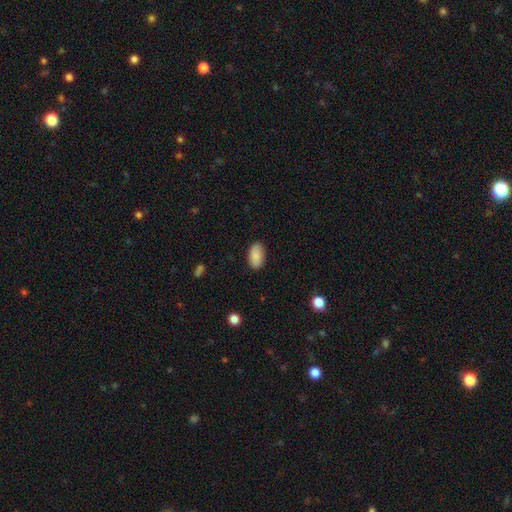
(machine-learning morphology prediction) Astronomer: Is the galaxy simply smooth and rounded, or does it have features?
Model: smooth — 87%.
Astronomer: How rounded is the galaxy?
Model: in between — 94%.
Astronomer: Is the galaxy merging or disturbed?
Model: none — 86%.